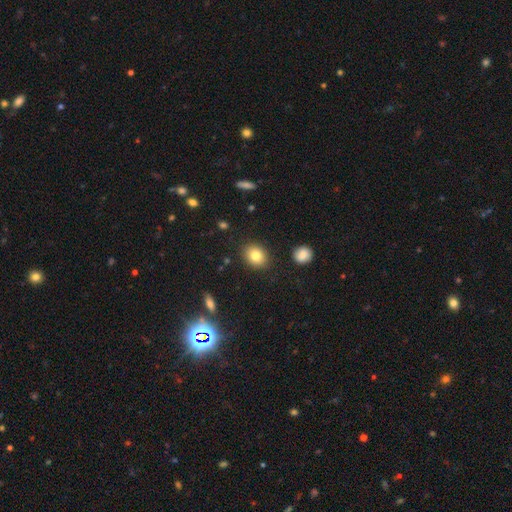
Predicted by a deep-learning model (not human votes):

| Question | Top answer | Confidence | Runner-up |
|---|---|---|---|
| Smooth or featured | smooth | 81% | star or artifact (10%) |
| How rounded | round | 59% | in between (40%) |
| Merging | none | 88% | minor disturbance (8%) |